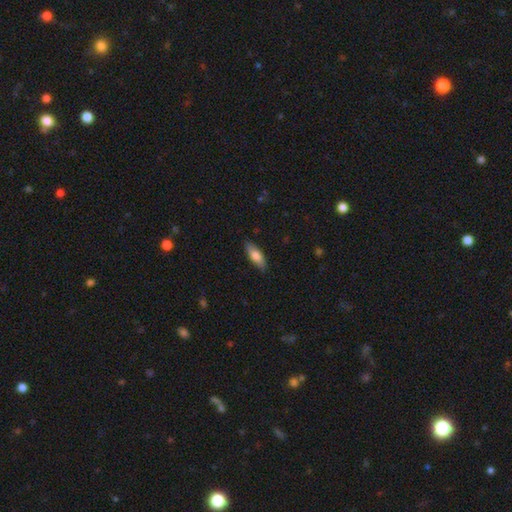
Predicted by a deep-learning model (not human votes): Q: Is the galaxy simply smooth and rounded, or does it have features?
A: smooth — 76%.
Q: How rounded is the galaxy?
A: in between — 68%.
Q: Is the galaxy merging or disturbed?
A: none — 86%.